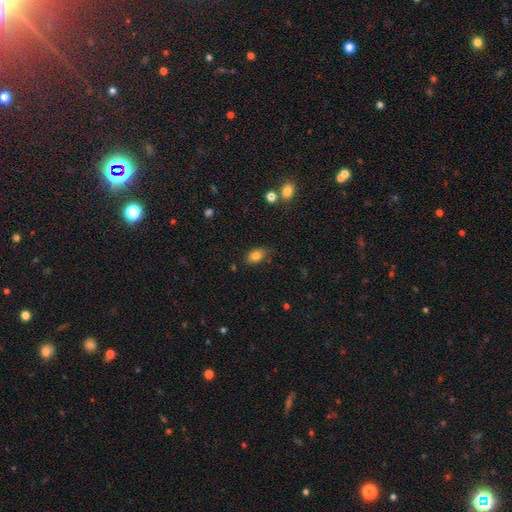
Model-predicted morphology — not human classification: A smooth galaxy with no disk features (83%) that is in between round and cigar-shaped (87%).

Vote fractions:
- Smooth or featured? smooth: 83% / star or artifact: 9% / featured or disk: 8%
- How rounded? in between: 87% / round: 11% / cigar-shaped: 2%
- Merging? none: 77% / minor disturbance: 17% / major disturbance: 4% / merger: 3%